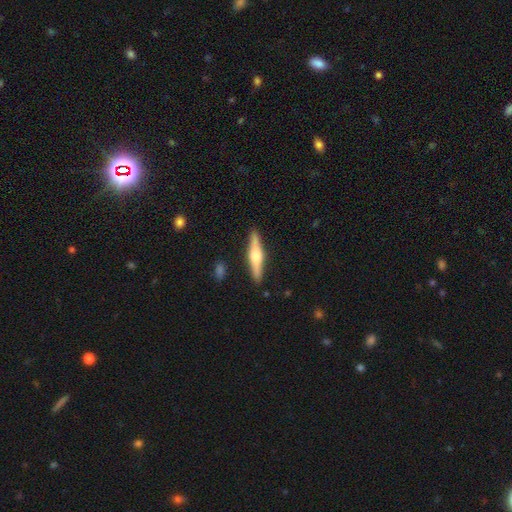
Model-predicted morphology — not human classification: smooth_or_featured: featured or disk (p=0.63) [alt: smooth p=0.32]
disk_edge_on: yes (p=0.97) [alt: no p=0.03]
edge_on_bulge: rounded (p=0.91) [alt: boxy p=0.06]
merging: none (p=0.89) [alt: minor disturbance p=0.07]